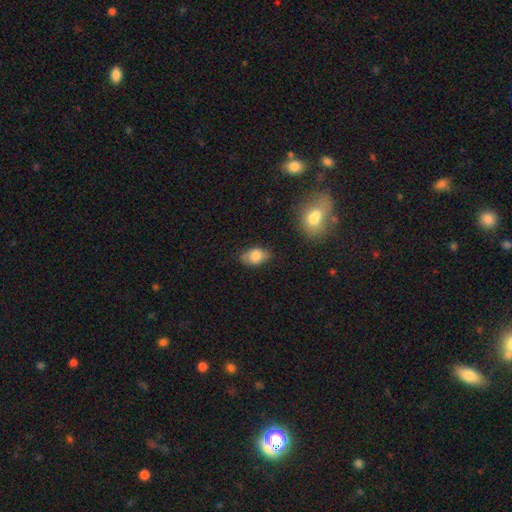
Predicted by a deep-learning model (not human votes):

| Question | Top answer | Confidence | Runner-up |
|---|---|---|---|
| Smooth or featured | smooth | 77% | featured or disk (15%) |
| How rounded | in between | 86% | round (12%) |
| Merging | none | 74% | minor disturbance (20%) |